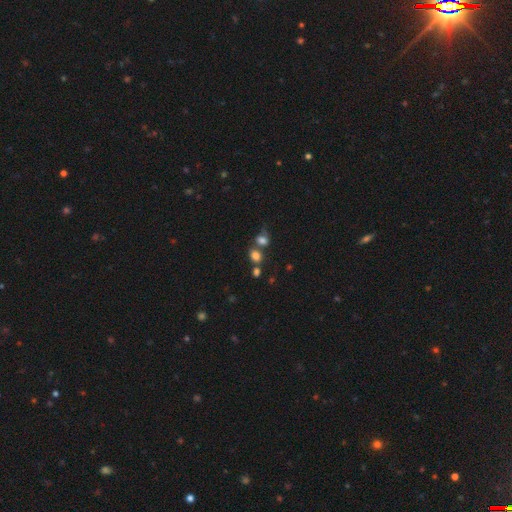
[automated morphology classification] smooth_or_featured: smooth (p=0.77) [alt: star or artifact p=0.16]
how_rounded: in between (p=0.51) [alt: round p=0.48]
merging: none (p=0.50) [alt: merger p=0.32]